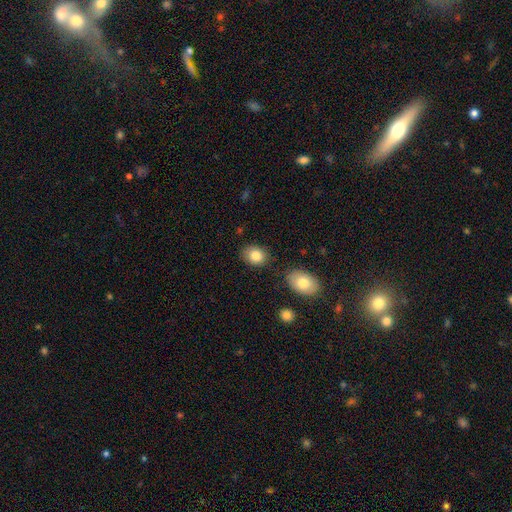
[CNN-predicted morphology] smooth_or_featured: smooth (p=0.83) [alt: featured or disk p=0.08]
how_rounded: in between (p=0.60) [alt: round p=0.39]
merging: none (p=0.79) [alt: minor disturbance p=0.13]